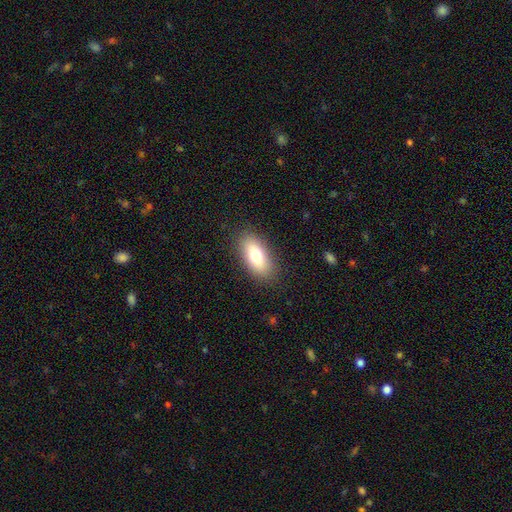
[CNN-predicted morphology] smooth_or_featured: smooth (p=0.76) [alt: featured or disk p=0.16]
how_rounded: in between (p=0.86) [alt: cigar-shaped p=0.11]
merging: none (p=0.86) [alt: minor disturbance p=0.10]